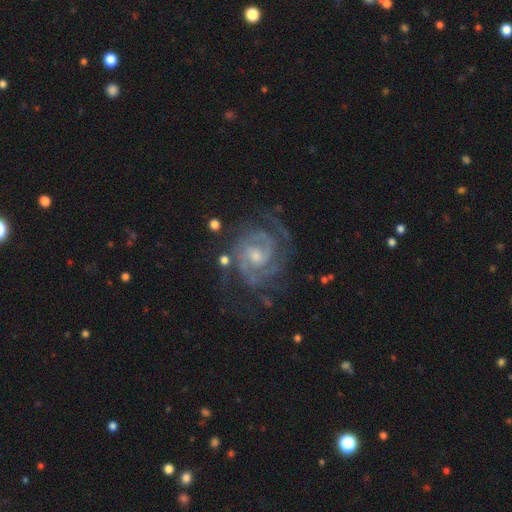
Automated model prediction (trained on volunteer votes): Smooth or featured? Predicted: featured or disk (p=0.90). Edge-on disk? Predicted: no (p=0.98). Bar? Predicted: no (p=0.55). Spiral arms? Predicted: yes (p=0.98). Spiral winding? Predicted: tight (p=0.65). Spiral arm count? Predicted: 2 (p=0.54). Bulge size? Predicted: small (p=0.48). Merging? Predicted: none (p=0.68).